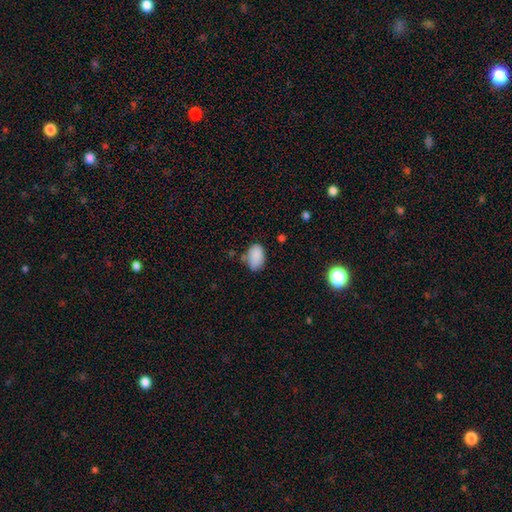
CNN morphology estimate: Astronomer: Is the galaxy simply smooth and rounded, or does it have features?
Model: smooth — 87%.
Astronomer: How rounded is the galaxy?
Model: in between — 90%.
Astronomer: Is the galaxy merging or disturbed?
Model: none — 63%.